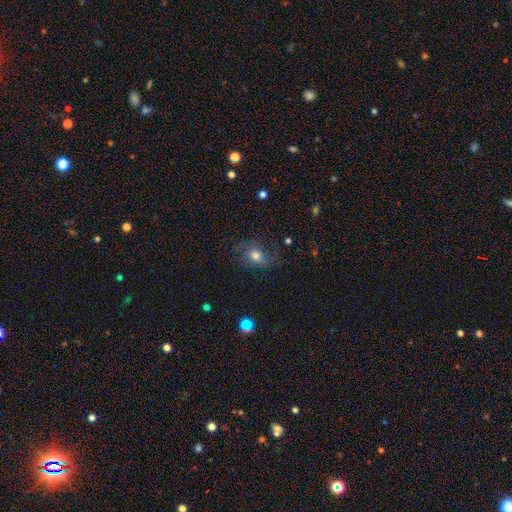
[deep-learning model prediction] smooth_or_featured: smooth (p=0.52) [alt: featured or disk p=0.35]
how_rounded: in between (p=0.53) [alt: round p=0.45]
merging: none (p=0.61) [alt: minor disturbance p=0.20]